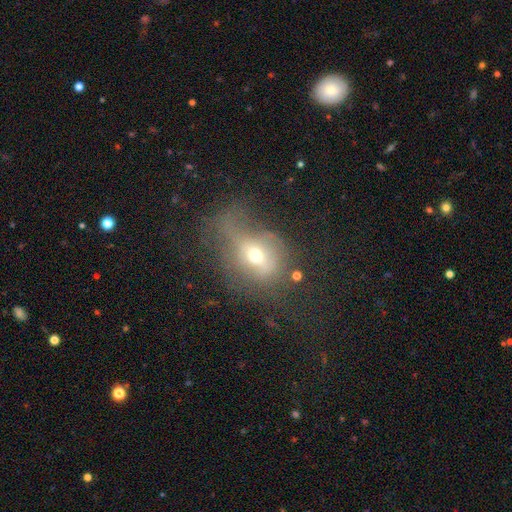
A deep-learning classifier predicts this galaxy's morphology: This appears to be a smooth galaxy with no disk features (44%). Merging: major disturbance (51%).